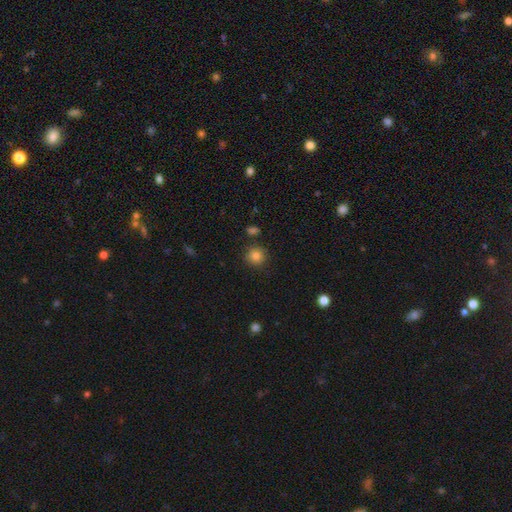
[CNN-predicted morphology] type=smooth (84%); roundness=round (92%); merging=none (85%).